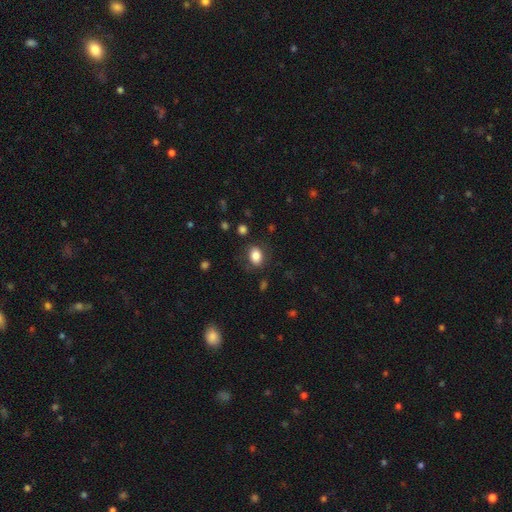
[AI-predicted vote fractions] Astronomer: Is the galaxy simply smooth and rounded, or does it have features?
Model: smooth — 84%.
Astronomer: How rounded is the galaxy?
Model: in between — 69%.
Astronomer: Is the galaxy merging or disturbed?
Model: none — 78%.